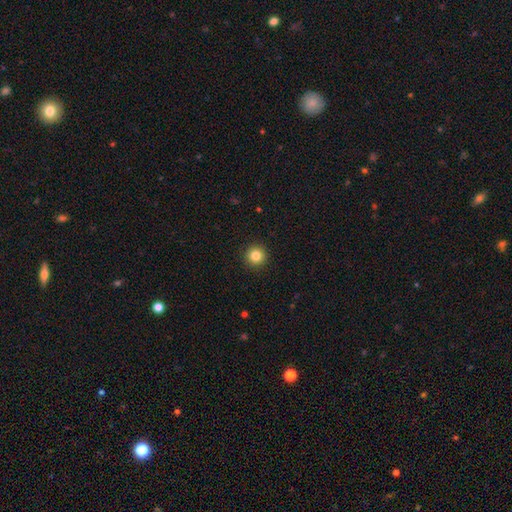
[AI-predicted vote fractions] Smooth or featured? smooth (83%)
How rounded? round (96%)
Merging? none (93%)